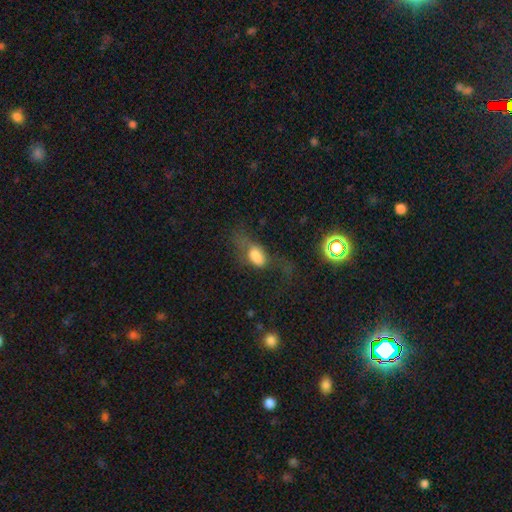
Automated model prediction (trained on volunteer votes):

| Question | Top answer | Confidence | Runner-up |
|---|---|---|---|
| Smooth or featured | smooth | 66% | featured or disk (22%) |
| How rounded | in between | 82% | round (11%) |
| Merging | major disturbance | 52% | none (23%) |